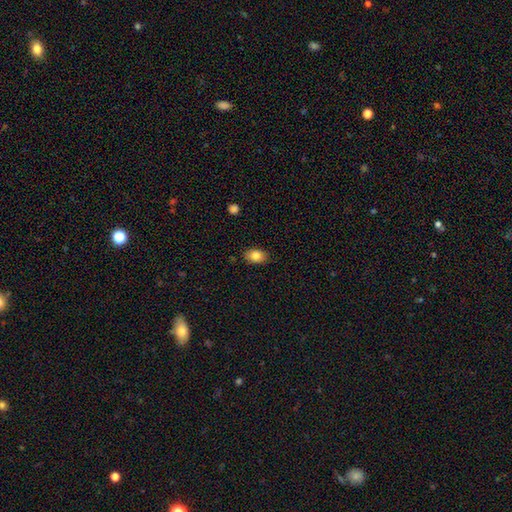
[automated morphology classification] Smooth or featured? smooth (83%)
How rounded? in between (81%)
Merging? none (87%)